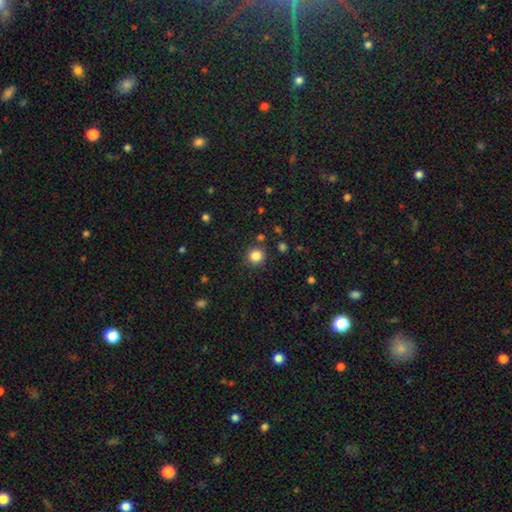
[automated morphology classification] Smooth or featured? smooth (84%)
How rounded? round (92%)
Merging? none (88%)